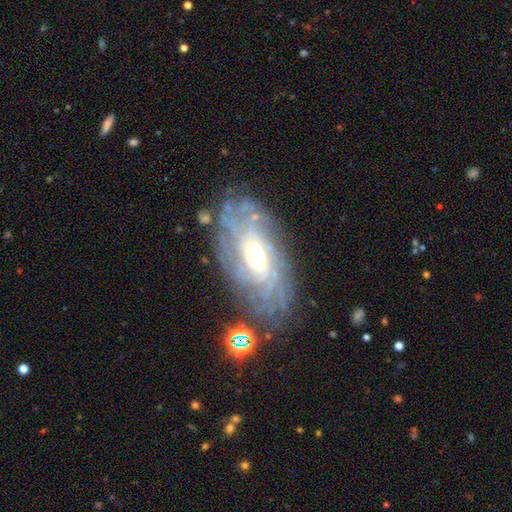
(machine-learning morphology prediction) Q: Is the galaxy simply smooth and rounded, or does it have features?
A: featured or disk — 83%.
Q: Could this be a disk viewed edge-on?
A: no — 93%.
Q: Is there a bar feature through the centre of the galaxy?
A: no — 60%.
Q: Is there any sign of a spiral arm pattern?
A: yes — 93%.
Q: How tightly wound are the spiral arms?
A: tight — 74%.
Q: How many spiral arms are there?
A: can't tell — 44%.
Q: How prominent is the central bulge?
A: moderate — 60%.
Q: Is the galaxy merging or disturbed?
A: none — 74%.